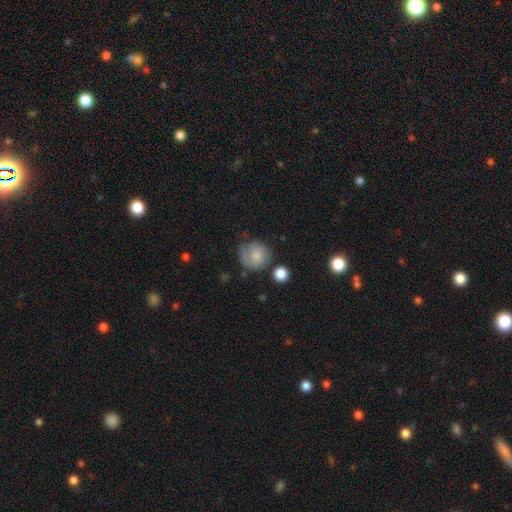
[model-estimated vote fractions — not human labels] Smooth or featured: smooth — 70% (featured or disk — 21%)
How rounded: round — 86% (in between — 13%)
Merging: none — 55% (minor disturbance — 27%)